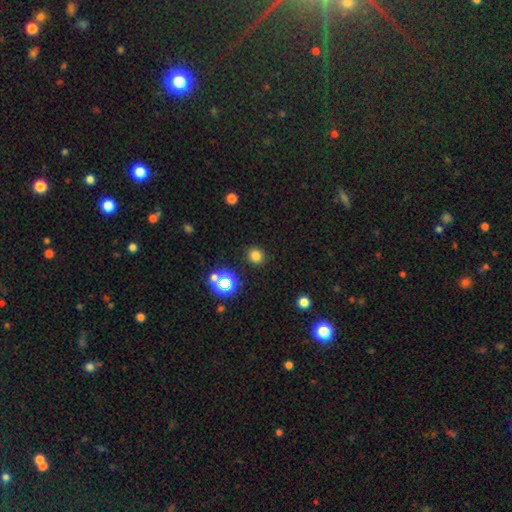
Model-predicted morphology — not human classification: A smooth galaxy with no disk features (75%) that is round (87%).

Vote fractions:
- Smooth or featured? smooth: 75% / star or artifact: 19% / featured or disk: 6%
- How rounded? round: 87% / in between: 13% / cigar-shaped: 1%
- Merging? none: 90% / minor disturbance: 6% / major disturbance: 2% / merger: 2%